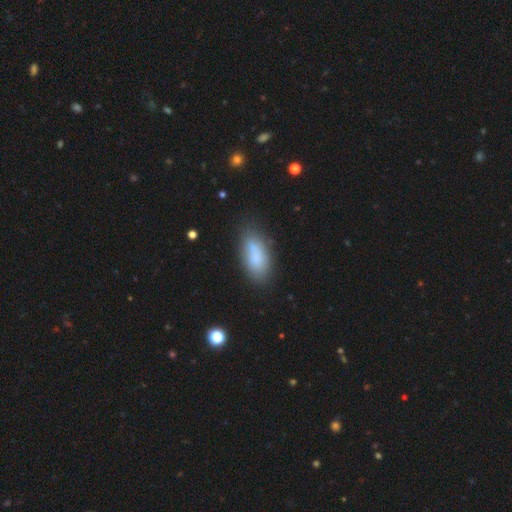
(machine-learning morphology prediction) Smooth or featured? smooth (81%)
How rounded? in between (86%)
Merging? none (70%)